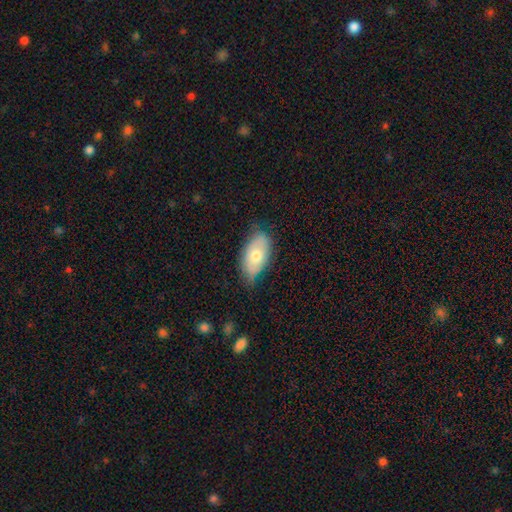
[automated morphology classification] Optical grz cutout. It shows a smooth galaxy with no disk features (67%) that is in between round and cigar-shaped (93%). Merging: none (67%).